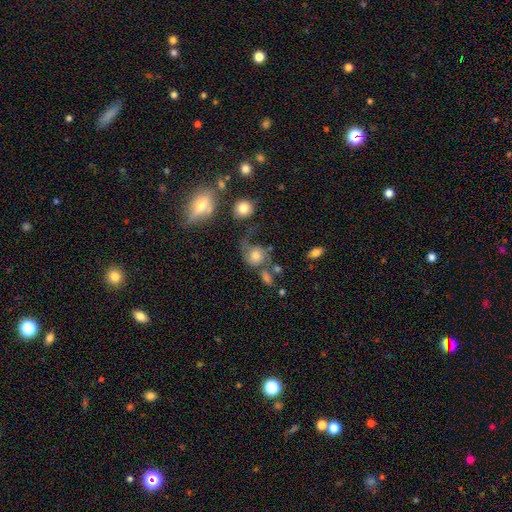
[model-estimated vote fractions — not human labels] A featured or disk galaxy (45%, tied with smooth).

Vote fractions:
- Smooth or featured? featured or disk: 45% (tied) / smooth: 45% (tied) / star or artifact: 10%
- Merging? major disturbance: 33% / none: 32% / minor disturbance: 21% / merger: 15%